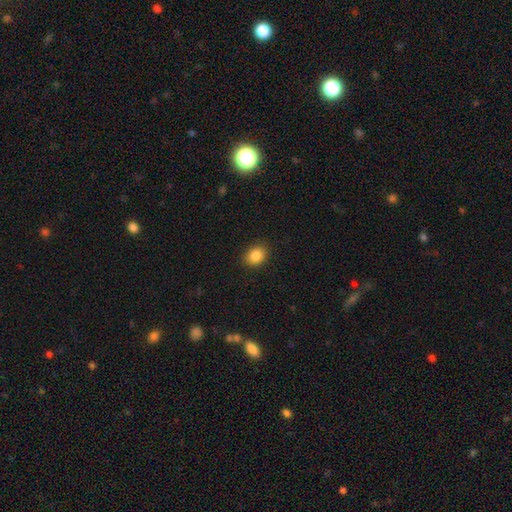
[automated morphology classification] smooth 86%, star or artifact 10%, featured or disk 4%. Down the decision tree: how rounded — round (54%); merging — none (89%).